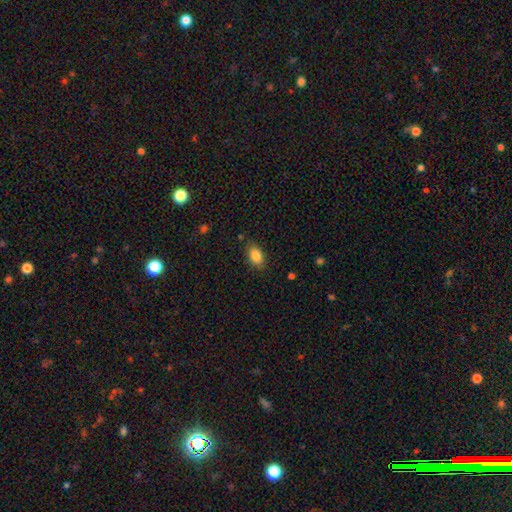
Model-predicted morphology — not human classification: A smooth galaxy with no disk features (85%) that is in between round and cigar-shaped (87%).

Vote fractions:
- Smooth or featured? smooth: 85% / star or artifact: 8% / featured or disk: 7%
- How rounded? in between: 87% / round: 11% / cigar-shaped: 2%
- Merging? none: 82% / minor disturbance: 14% / major disturbance: 3% / merger: 2%